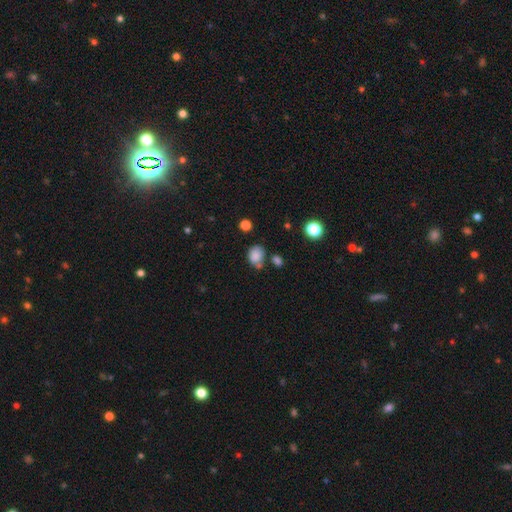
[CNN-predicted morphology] Overall: smooth (83%). How rounded: in between (56%; round 43%). Merging: none (55%; minor disturbance 22%).